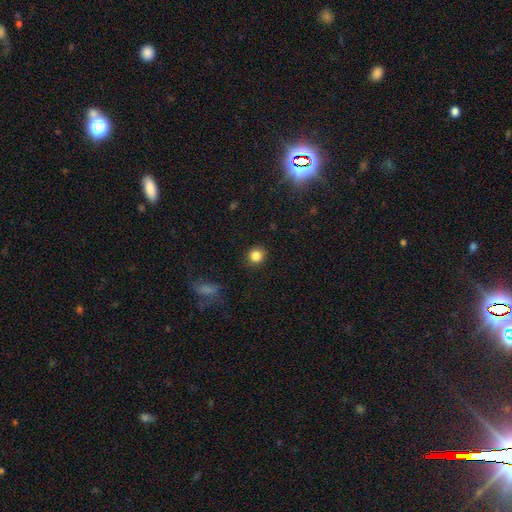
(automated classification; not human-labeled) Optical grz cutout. It shows a smooth galaxy with no disk features (84%) that is round (86%). Merging: none (89%).